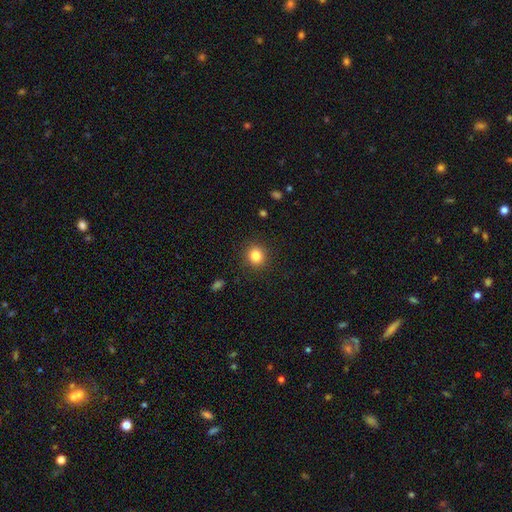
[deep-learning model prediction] Smooth or featured?
  - smooth: 83% *
  - star or artifact: 11%
  - featured or disk: 6%
How rounded?
  - round: 87% *
  - in between: 12%
  - cigar-shaped: 1%
Merging?
  - none: 90% *
  - minor disturbance: 7%
  - major disturbance: 2%
  - merger: 1%